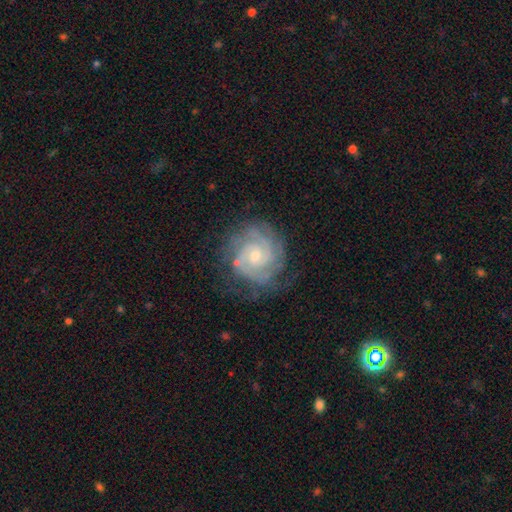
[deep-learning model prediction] This appears to be a featured or disk galaxy (84%) with no bar (70%), 2 (29%) tight (72%) spiral arms (96%) and a small central bulge (55%). Merging: none (75%).